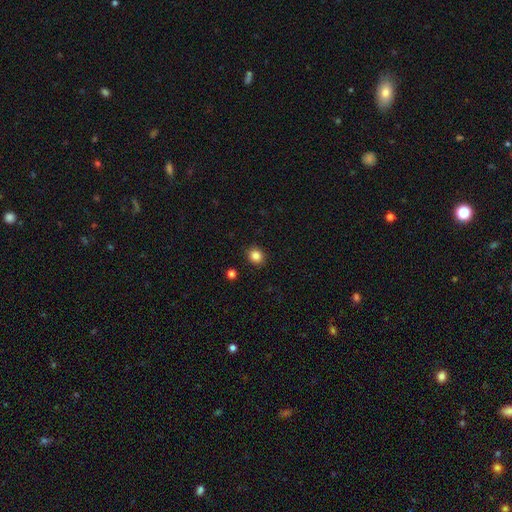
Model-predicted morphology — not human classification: Q: Smooth or featured?
A: smooth (85%); runner-up: star or artifact (10%)
Q: How rounded?
A: round (69%); runner-up: in between (30%)
Q: Merging?
A: none (90%); runner-up: minor disturbance (7%)